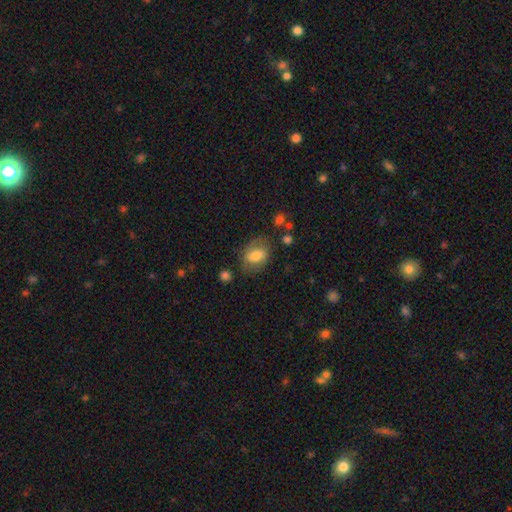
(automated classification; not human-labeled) Q: Smooth or featured?
A: smooth (70%); runner-up: featured or disk (22%)
Q: How rounded?
A: in between (68%); runner-up: round (31%)
Q: Merging?
A: none (66%); runner-up: minor disturbance (22%)